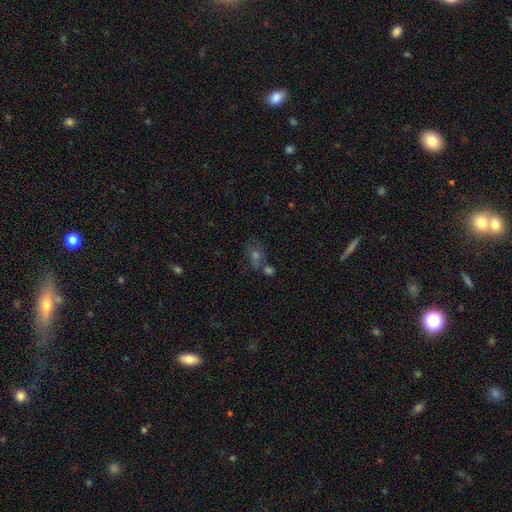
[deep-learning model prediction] Overall: smooth (43%; star or artifact 30%). Merging: none (58%; merger 22%).